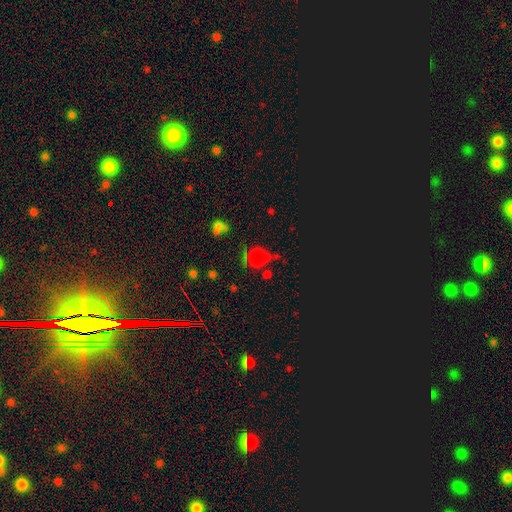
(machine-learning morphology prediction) Smooth or featured: smooth — 71% (star or artifact — 19%)
How rounded: round — 90% (in between — 9%)
Merging: none — 64% (minor disturbance — 15%)